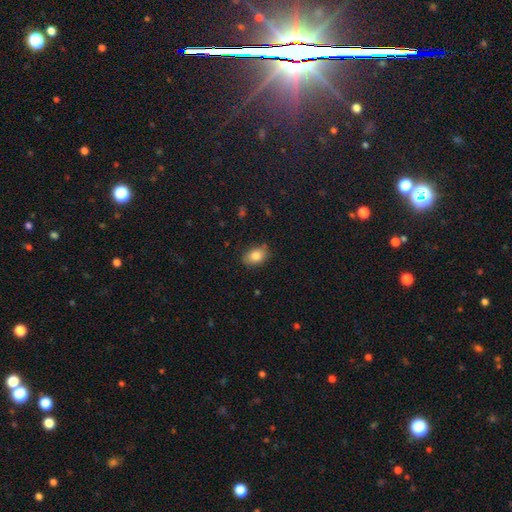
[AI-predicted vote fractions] Overall: smooth (83%). How rounded: in between (84%). Merging: none (81%).